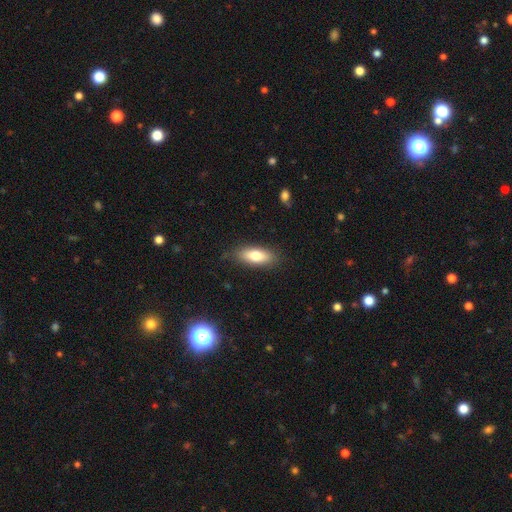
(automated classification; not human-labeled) Smooth or featured?
  - smooth: 75% *
  - featured or disk: 19%
  - star or artifact: 7%
How rounded?
  - in between: 73% *
  - cigar-shaped: 24%
  - round: 3%
Merging?
  - none: 84% *
  - minor disturbance: 12%
  - major disturbance: 3%
  - merger: 1%